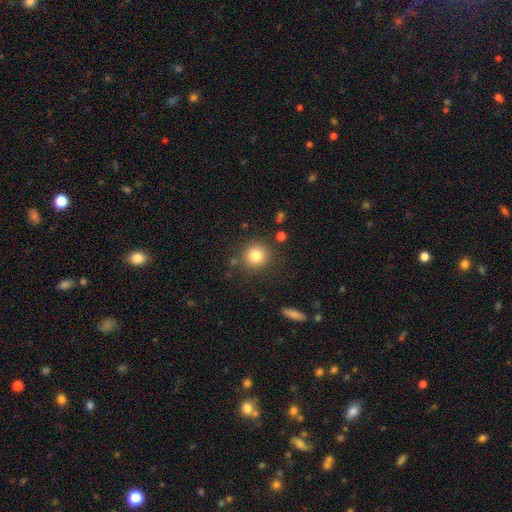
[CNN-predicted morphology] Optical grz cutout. It shows a smooth galaxy with no disk features (82%) that is round (92%). Merging: none (85%).